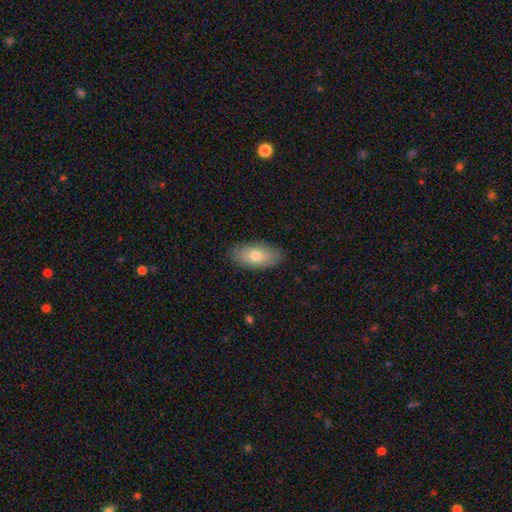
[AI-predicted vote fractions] smooth 74%, featured or disk 19%, star or artifact 7%. Down the decision tree: how rounded — in between (90%); merging — none (87%).